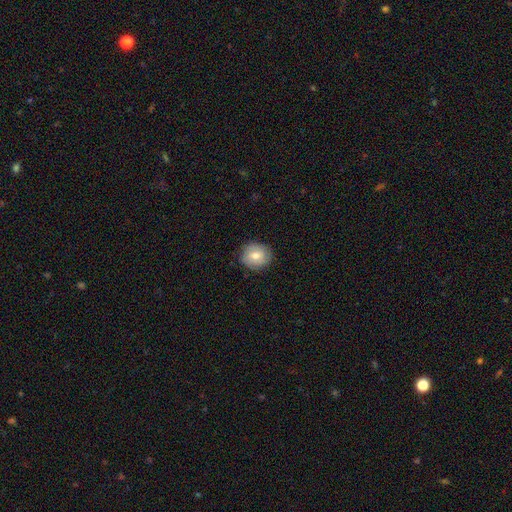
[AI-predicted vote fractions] The model was most divided on "smooth or featured": smooth: 67%, featured or disk: 25%, star or artifact: 8%. More confident: merging — none (85%); how rounded — round (77%).